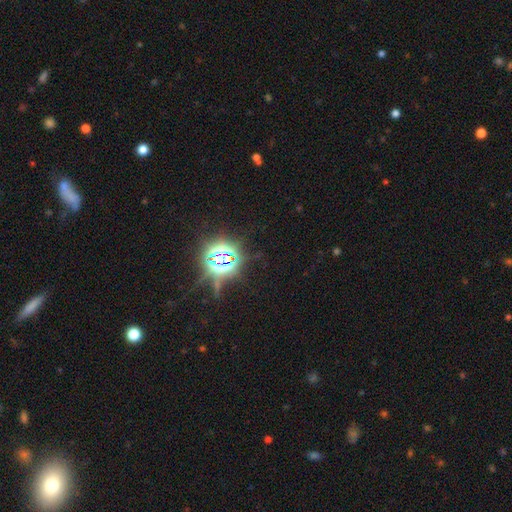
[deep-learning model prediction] smooth-or-featured: star or artifact: 84% | smooth: 9% | featured or disk: 7%